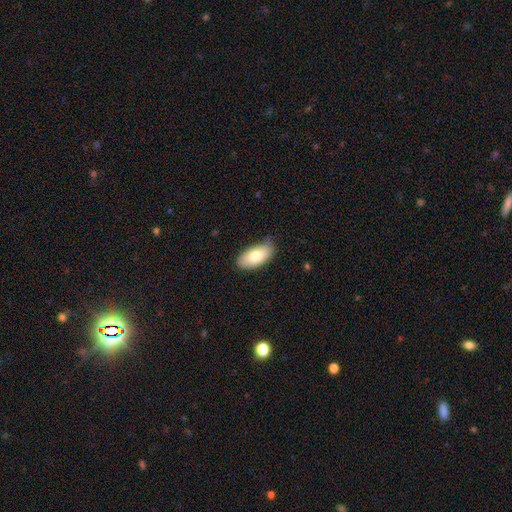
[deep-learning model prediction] Overall: smooth (76%). How rounded: in between (92%). Merging: none (74%).